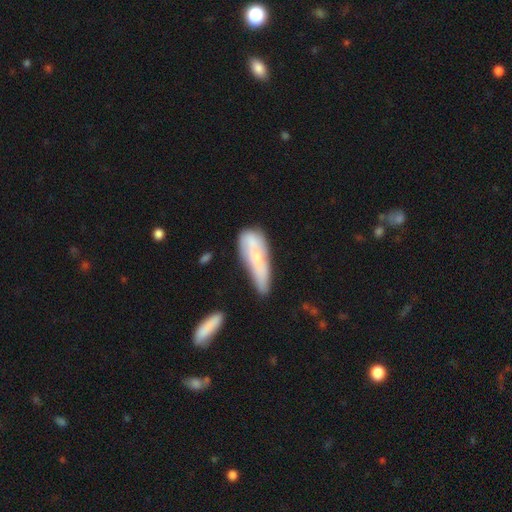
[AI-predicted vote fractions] A smooth galaxy with no disk features (56%) that is in between round and cigar-shaped (50%). Merging: none (33%).